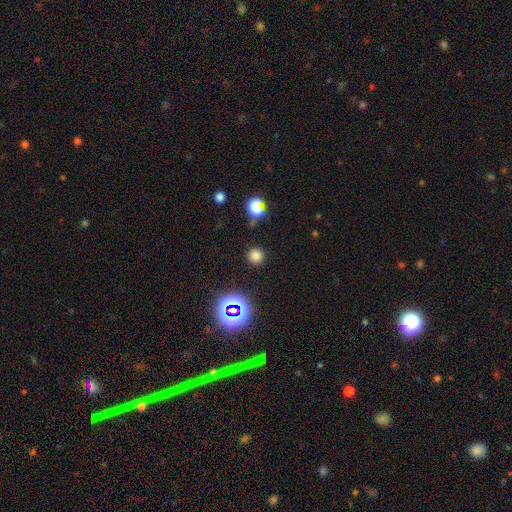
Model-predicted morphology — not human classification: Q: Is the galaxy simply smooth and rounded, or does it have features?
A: smooth — 73%.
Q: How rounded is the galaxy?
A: round — 94%.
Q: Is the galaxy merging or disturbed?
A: none — 88%.